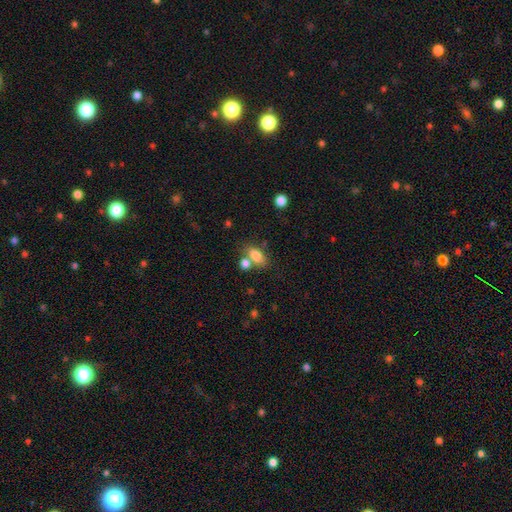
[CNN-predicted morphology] The model was most divided on "merging": none: 52%, merger: 32%, minor disturbance: 12%, major disturbance: 4%. More confident: how rounded — in between (85%); smooth or featured — smooth (80%).